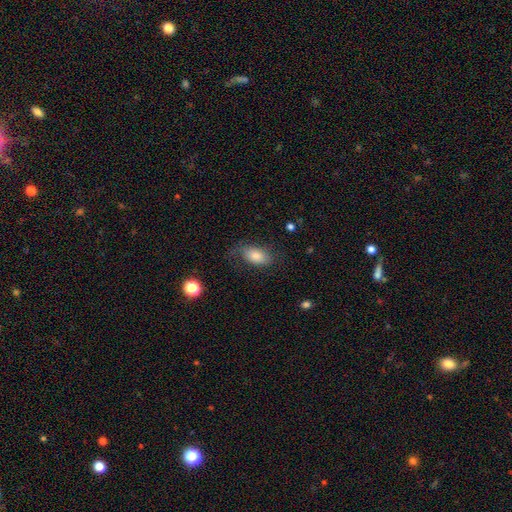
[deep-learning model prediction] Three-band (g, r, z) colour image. It shows a smooth galaxy with no disk features (72%) that is in between round and cigar-shaped (91%). Merging: none (62%).